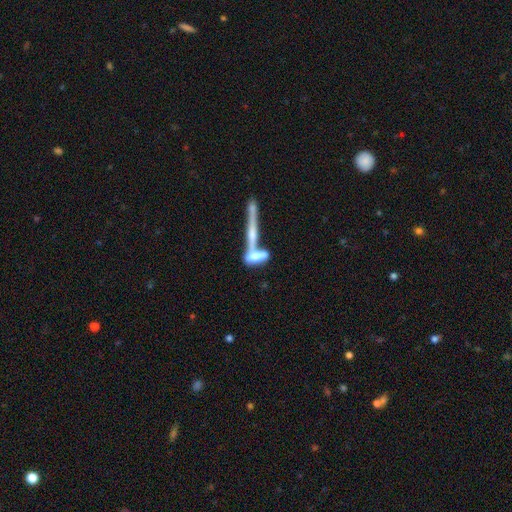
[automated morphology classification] Overall: smooth (59%; featured or disk 33%). How rounded: cigar-shaped (54%; in between 41%). Merging: merger (54%; none 30%).